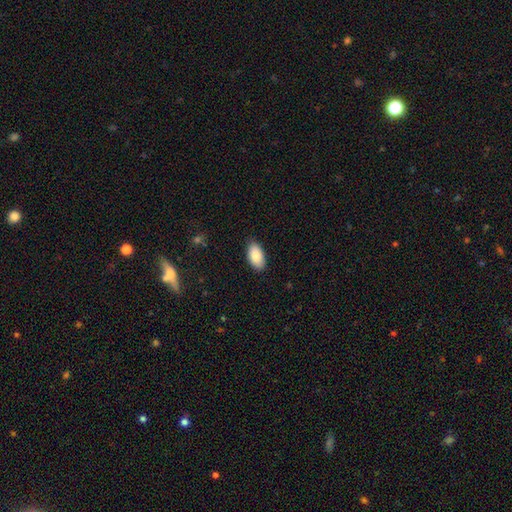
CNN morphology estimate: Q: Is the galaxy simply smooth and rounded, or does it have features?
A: smooth — 87%.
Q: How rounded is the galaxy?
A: in between — 95%.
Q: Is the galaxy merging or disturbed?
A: none — 87%.